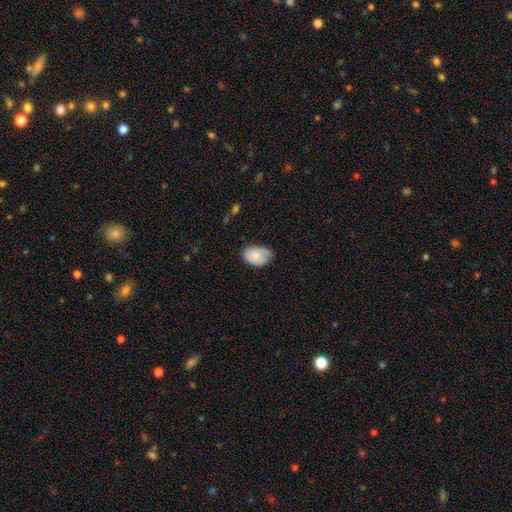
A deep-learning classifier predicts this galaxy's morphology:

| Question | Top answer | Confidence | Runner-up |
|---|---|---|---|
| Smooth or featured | smooth | 78% | featured or disk (15%) |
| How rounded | in between | 83% | round (16%) |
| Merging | none | 54% | minor disturbance (36%) |